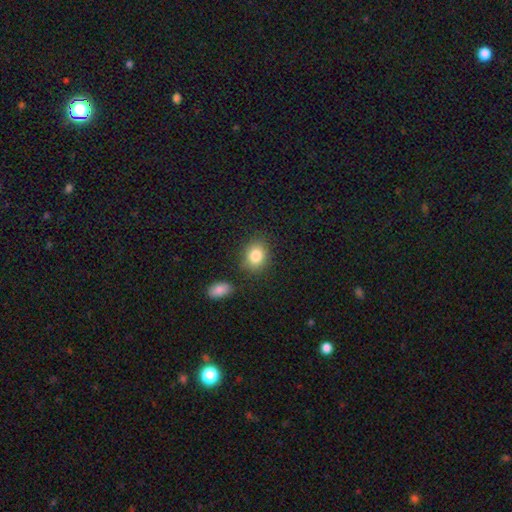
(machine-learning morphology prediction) This is clearly a smooth galaxy (84%). How rounded: possibly in between (51%). Merging: likely none (78%).